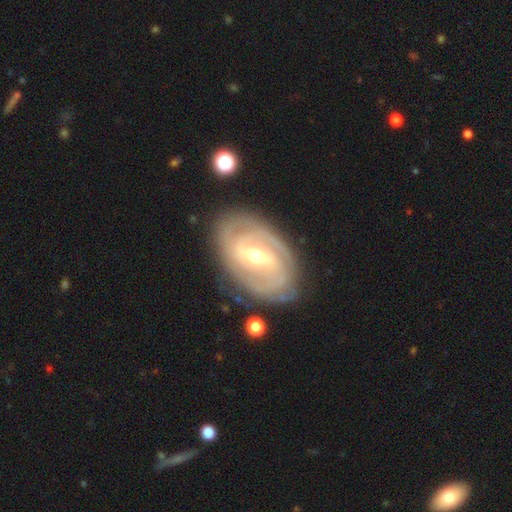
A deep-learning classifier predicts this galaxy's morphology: Smooth or featured?
  - featured or disk: 86% *
  - smooth: 9%
  - star or artifact: 5%
Edge-on disk?
  - no: 96% *
  - yes: 4%
Bar?
  - weak: 46% *
  - strong: 36%
  - no: 18%
Spiral arms?
  - yes: 94% *
  - no: 6%
Spiral winding?
  - tight: 62% *
  - medium: 30%
  - loose: 8%
Spiral arm count?
  - 2: 43% *
  - can't tell: 24%
  - 3: 20%
  - 4: 6%
  - 1: 4%
  - more than 4: 3%
Bulge size?
  - moderate: 60% *
  - small: 35%
  - large: 3%
  - none: 1%
  - dominant: 1%
Merging?
  - none: 78% *
  - minor disturbance: 15%
  - major disturbance: 5%
  - merger: 2%